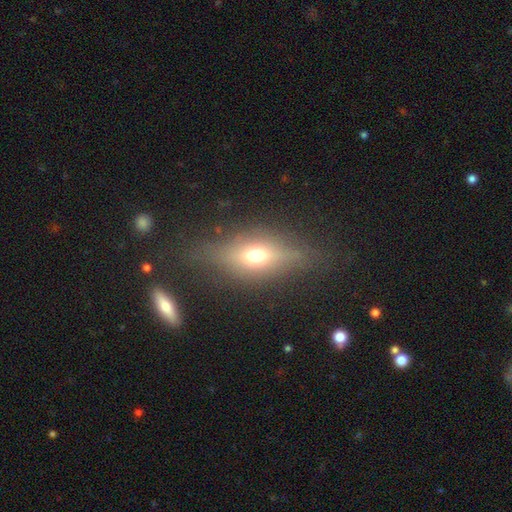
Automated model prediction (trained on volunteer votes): Overall: smooth (48%; featured or disk 37%). Merging: none (73%).